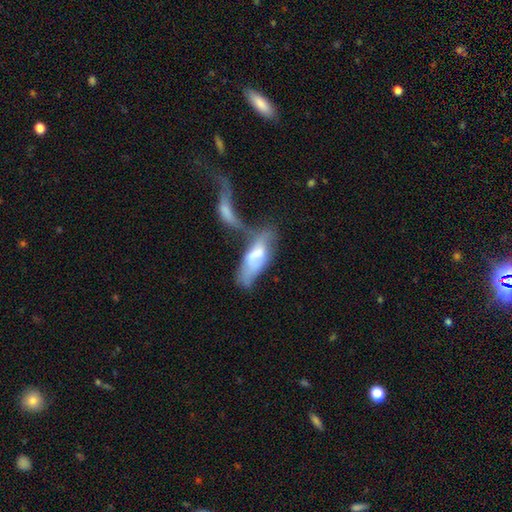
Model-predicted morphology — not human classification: smooth-or-featured: smooth: 50% | featured or disk: 42% | star or artifact: 7%
  how-rounded: in between: 72% | cigar-shaped: 26% | round: 2%
  merging: merger: 59% | major disturbance: 22% | none: 10% | minor disturbance: 9%